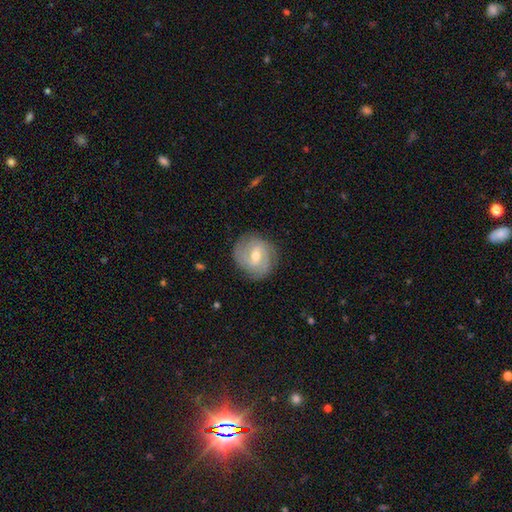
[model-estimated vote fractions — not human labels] This is clearly a featured or disk galaxy (80%). It is clearly not viewed edge-on (97%). Bar: possibly weak (56%). Spiral arm pattern: clearly yes (94%). Spiral arm count: marginally 2 (40%). Spiral winding: possibly tight (58%). Central bulge: likely moderate (61%). Merging: clearly none (81%).